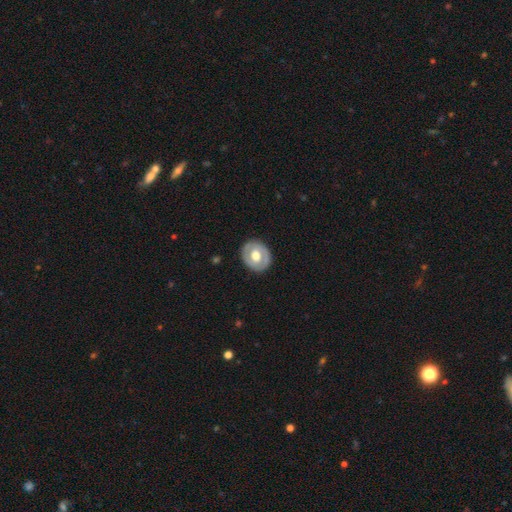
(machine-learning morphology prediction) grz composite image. It shows a featured or disk galaxy (49%). Merging: none (85%).